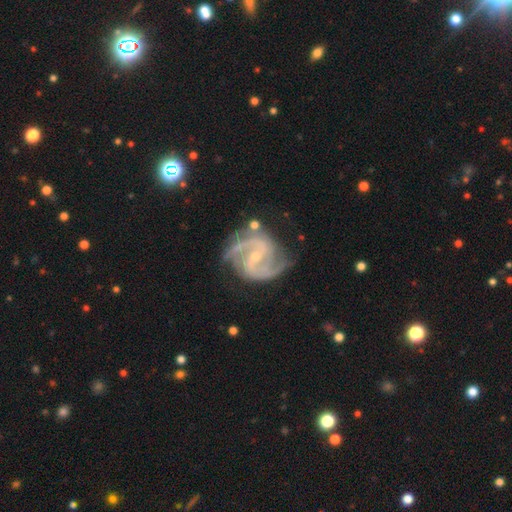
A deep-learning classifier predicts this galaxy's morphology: Smooth or featured: featured or disk — 92% (star or artifact — 5%)
Edge-on disk: no — 98% (yes — 2%)
Bar: weak — 46% (no — 28%)
Spiral arms: yes — 98% (no — 2%)
Spiral winding: medium — 58% (tight — 29%)
Spiral arm count: 2 — 81% (3 — 9%)
Bulge size: small — 71% (moderate — 25%)
Merging: none — 71% (minor disturbance — 19%)